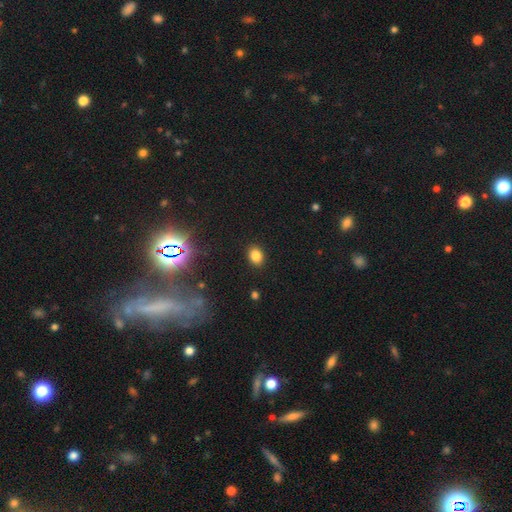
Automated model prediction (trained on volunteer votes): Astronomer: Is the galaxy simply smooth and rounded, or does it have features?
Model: smooth — 83%.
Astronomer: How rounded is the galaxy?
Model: in between — 58% (runner-up: round, 41%).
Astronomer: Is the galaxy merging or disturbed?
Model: none — 89%.